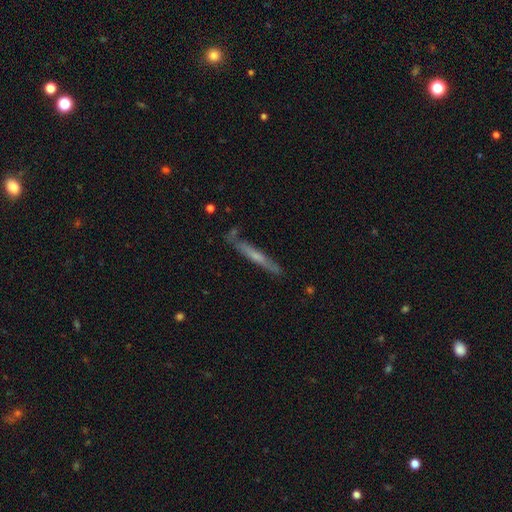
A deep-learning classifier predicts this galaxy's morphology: type=featured or disk (51%); edge-on=yes (91%); merging=none (80%).